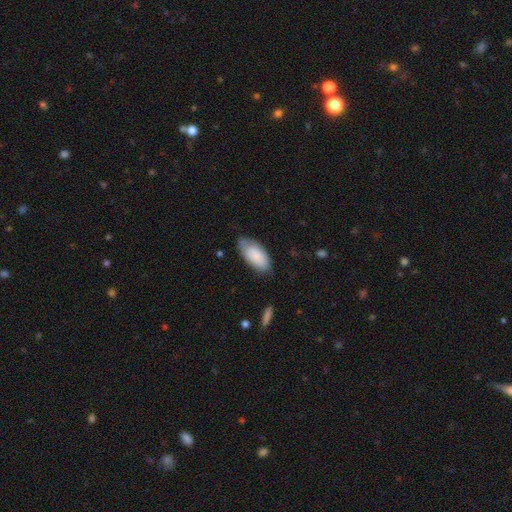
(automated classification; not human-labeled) Smooth or featured?
  - smooth: 83% *
  - featured or disk: 11%
  - star or artifact: 6%
How rounded?
  - in between: 93% *
  - cigar-shaped: 6%
  - round: 2%
Merging?
  - none: 68% *
  - minor disturbance: 25%
  - major disturbance: 5%
  - merger: 2%